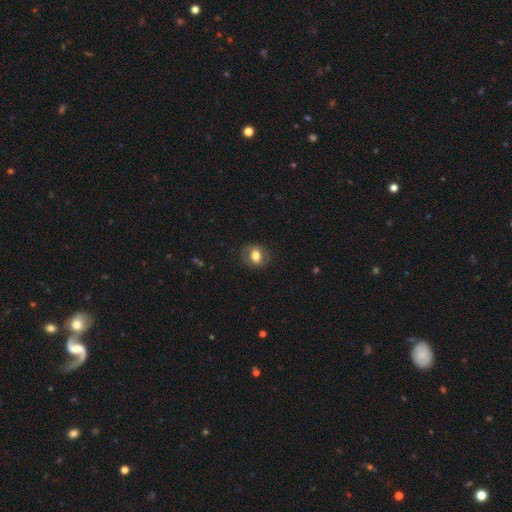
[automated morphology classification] Q: Smooth or featured?
A: smooth (70%); runner-up: featured or disk (21%)
Q: How rounded?
A: round (57%); runner-up: in between (42%)
Q: Merging?
A: none (79%); runner-up: minor disturbance (14%)